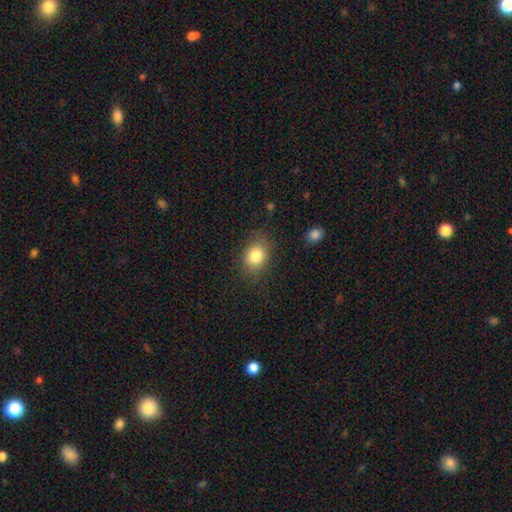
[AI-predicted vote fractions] This appears to be a smooth galaxy with no disk features (82%) that is in between round and cigar-shaped (57%). Merging: none (79%).